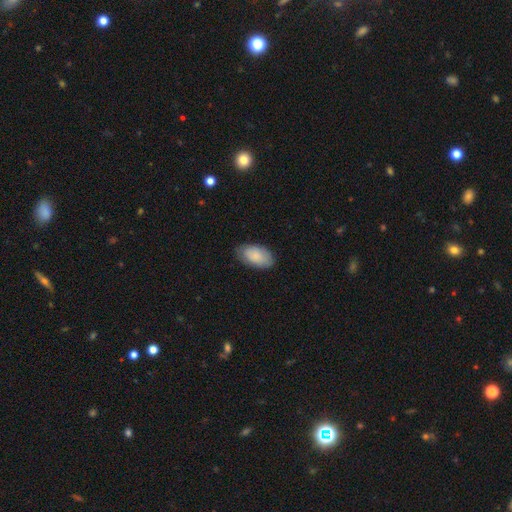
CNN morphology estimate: This is clearly a smooth galaxy (85%). How rounded: clearly in between (95%). Merging: likely none (80%).